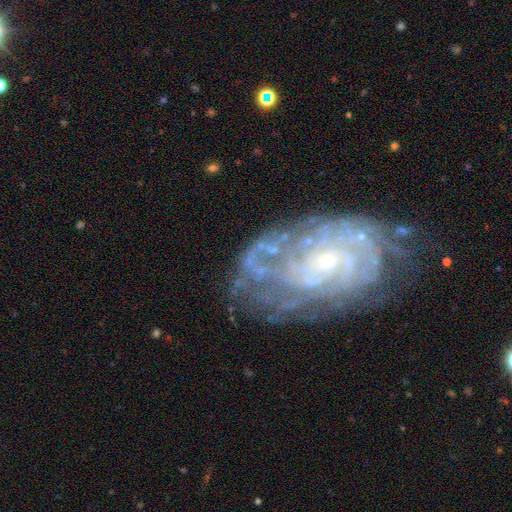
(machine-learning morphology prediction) smooth_or_featured: featured or disk (p=0.85) [alt: smooth p=0.08]
disk_edge_on: no (p=0.96) [alt: yes p=0.04]
bar: no (p=0.72) [alt: weak p=0.23]
has_spiral_arms: yes (p=0.93) [alt: no p=0.07]
spiral_winding: tight (p=0.68) [alt: medium p=0.25]
spiral_arm_count: can't tell (p=0.39) [alt: 4 p=0.16]
bulge_size: small (p=0.74) [alt: moderate p=0.20]
merging: none (p=0.64) [alt: minor disturbance p=0.20]